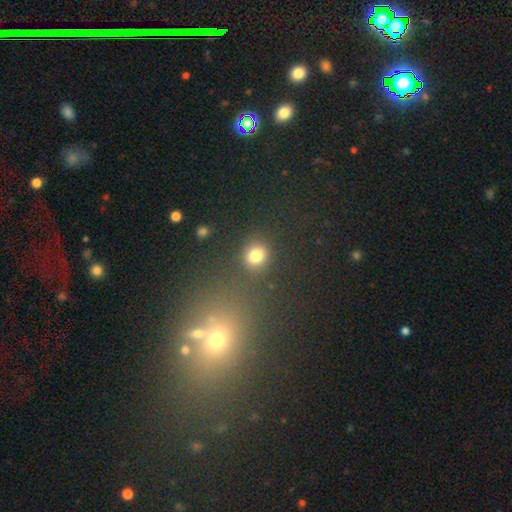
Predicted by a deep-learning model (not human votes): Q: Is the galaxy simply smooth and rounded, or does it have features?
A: smooth — 78%.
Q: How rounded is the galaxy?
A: round — 71%.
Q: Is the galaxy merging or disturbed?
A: none — 80%.